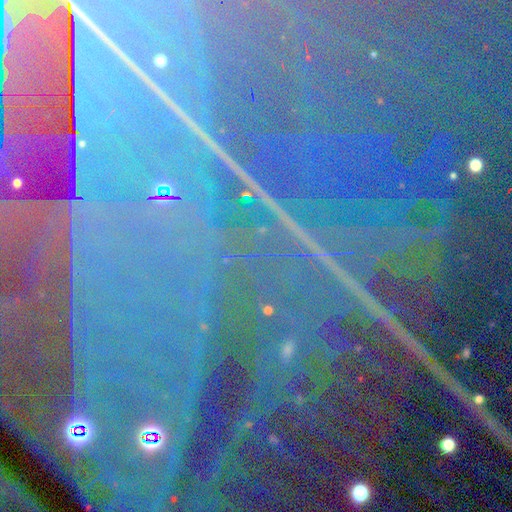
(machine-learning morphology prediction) The model was most divided on "smooth or featured": star or artifact: 90%, featured or disk: 6%, smooth: 5%.